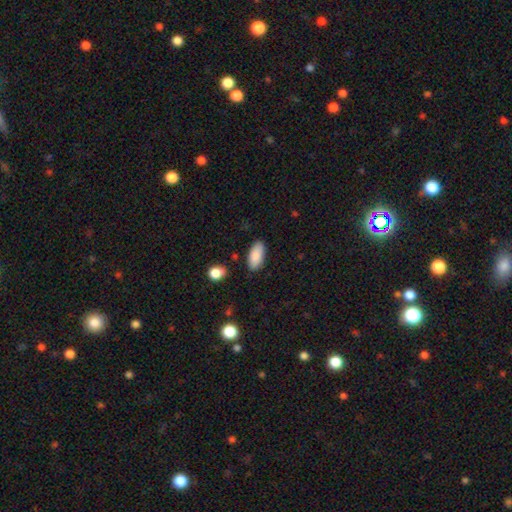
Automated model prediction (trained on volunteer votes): Morphology: type=smooth (89%); roundness=in between (90%); merging=none (85%).